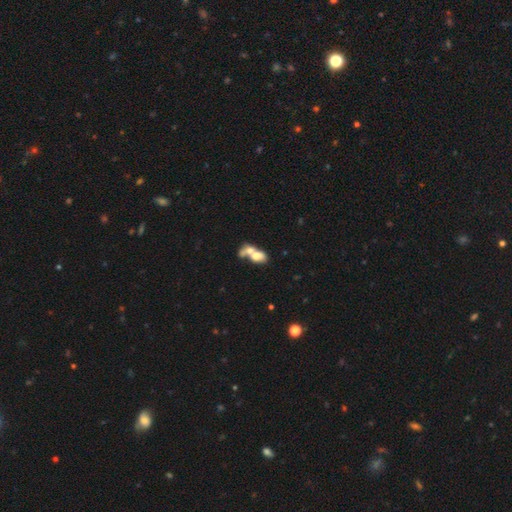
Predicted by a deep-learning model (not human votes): Smooth or featured? smooth (61%)
How rounded? in between (76%)
Merging? merger (74%)